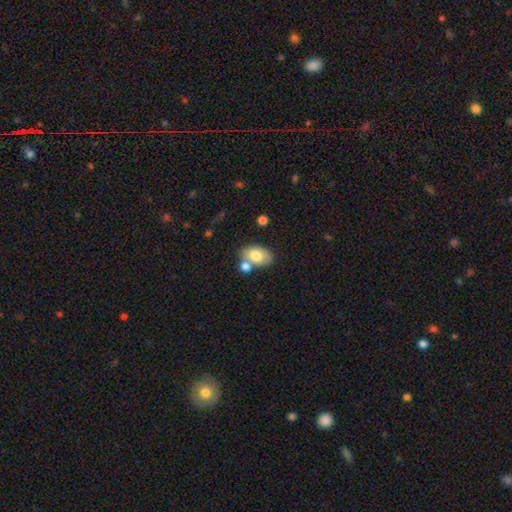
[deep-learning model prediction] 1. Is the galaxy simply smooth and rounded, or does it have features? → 75% smooth, 18% featured or disk, 8% star or artifact.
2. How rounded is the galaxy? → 87% in between, 12% round, 1% cigar-shaped.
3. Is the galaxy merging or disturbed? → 54% none, 27% merger, 15% minor disturbance, 5% major disturbance.